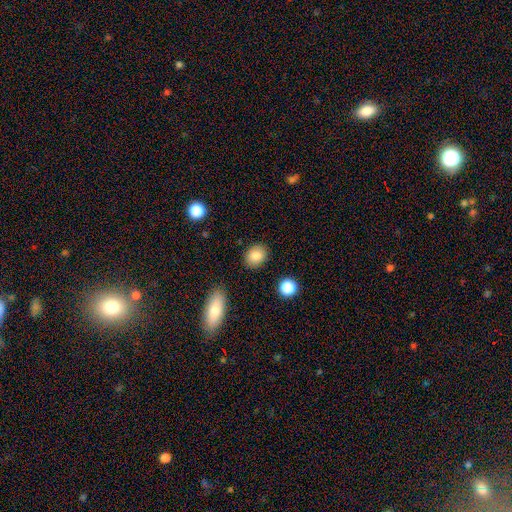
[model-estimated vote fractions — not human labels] Smooth or featured: smooth — 84% (star or artifact — 8%)
How rounded: in between — 50% (round — 49%)
Merging: none — 87% (minor disturbance — 8%)